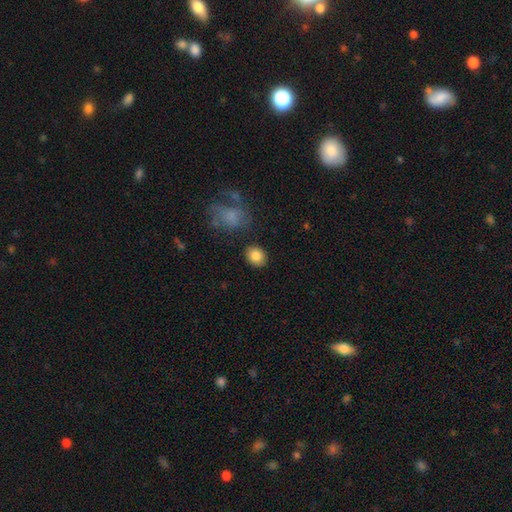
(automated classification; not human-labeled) A smooth galaxy with no disk features (84%) that is round (65%).

Vote fractions:
- Smooth or featured? smooth: 84% / star or artifact: 9% / featured or disk: 7%
- How rounded? round: 65% / in between: 34% / cigar-shaped: 1%
- Merging? none: 85% / minor disturbance: 9% / merger: 3% / major disturbance: 3%